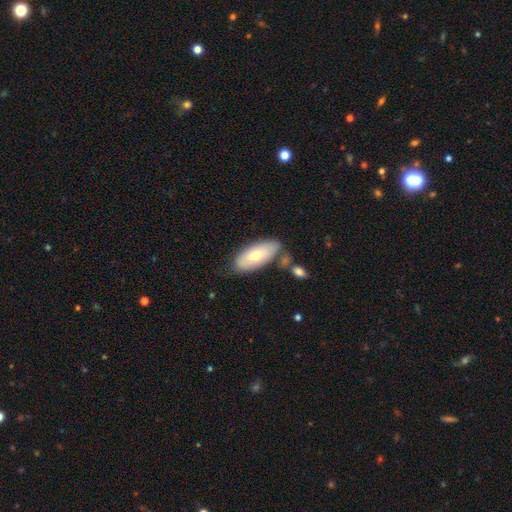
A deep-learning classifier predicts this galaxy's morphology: Smooth or featured?
  - smooth: 65% *
  - featured or disk: 30%
  - star or artifact: 6%
How rounded?
  - in between: 86% *
  - cigar-shaped: 12%
  - round: 2%
Merging?
  - none: 67% *
  - minor disturbance: 17%
  - merger: 11%
  - major disturbance: 4%